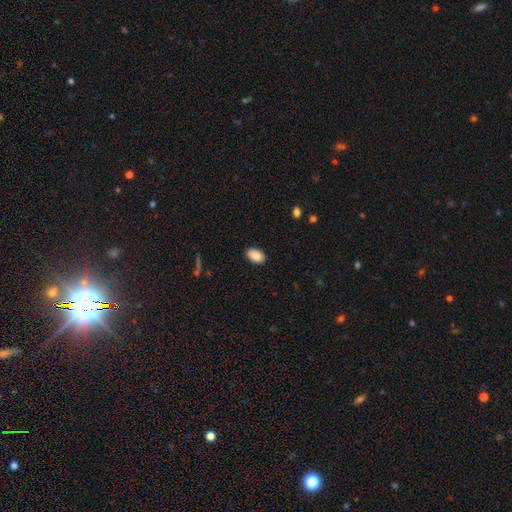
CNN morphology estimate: type=smooth (87%); roundness=in between (92%); merging=none (86%).